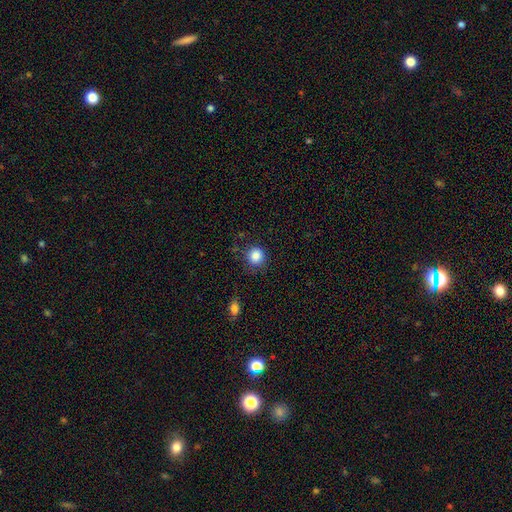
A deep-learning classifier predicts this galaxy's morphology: Smooth or featured? Predicted: smooth (p=0.86). How rounded? Predicted: round (p=0.90). Merging? Predicted: none (p=0.79).